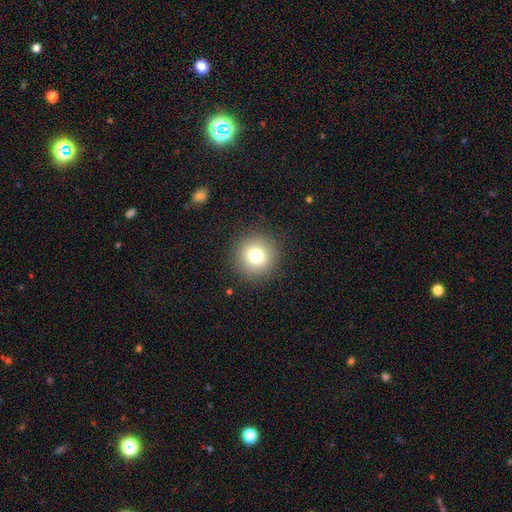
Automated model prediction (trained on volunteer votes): Q: Smooth or featured?
A: smooth (78%); runner-up: star or artifact (12%)
Q: How rounded?
A: round (94%); runner-up: in between (5%)
Q: Merging?
A: none (90%); runner-up: minor disturbance (6%)